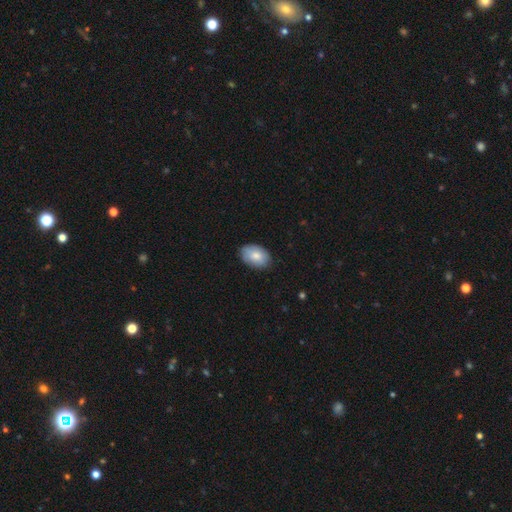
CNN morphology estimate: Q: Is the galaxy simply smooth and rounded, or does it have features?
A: smooth — 79%.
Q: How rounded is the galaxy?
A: in between — 86%.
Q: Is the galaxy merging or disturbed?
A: none — 83%.